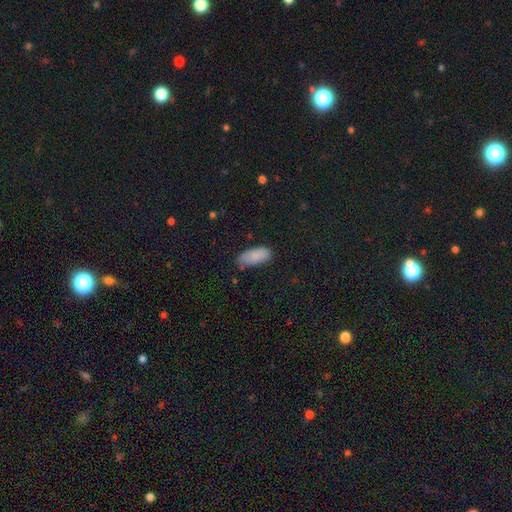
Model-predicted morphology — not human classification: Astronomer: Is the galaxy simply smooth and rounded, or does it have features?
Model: smooth — 85%.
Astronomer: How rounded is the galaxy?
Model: in between — 83%.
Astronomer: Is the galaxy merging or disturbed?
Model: none — 70%.